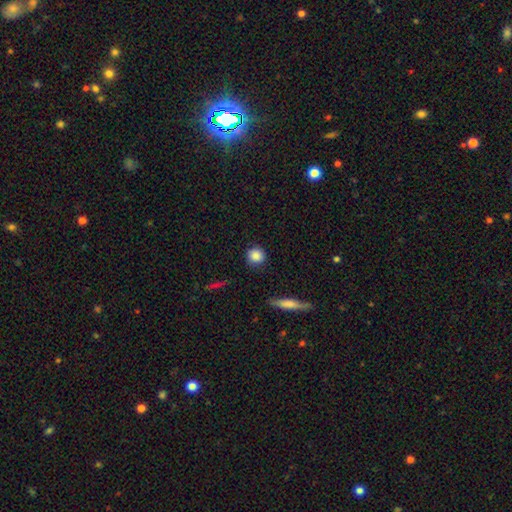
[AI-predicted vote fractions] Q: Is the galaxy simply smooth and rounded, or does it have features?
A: smooth — 87%.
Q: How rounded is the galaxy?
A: round — 89%.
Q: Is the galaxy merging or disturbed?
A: none — 87%.